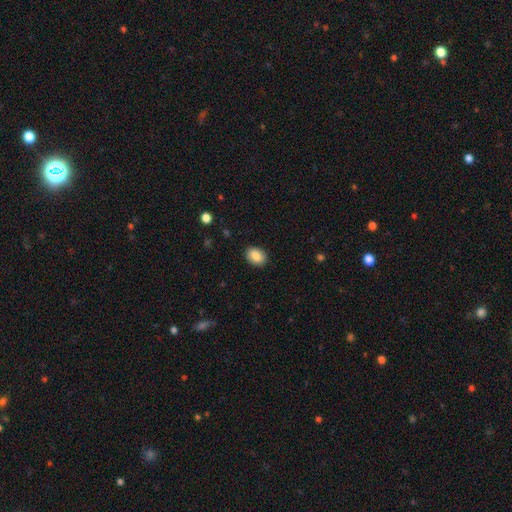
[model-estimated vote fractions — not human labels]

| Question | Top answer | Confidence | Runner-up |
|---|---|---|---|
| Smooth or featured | smooth | 87% | star or artifact (7%) |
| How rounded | in between | 71% | round (28%) |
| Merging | none | 88% | minor disturbance (9%) |